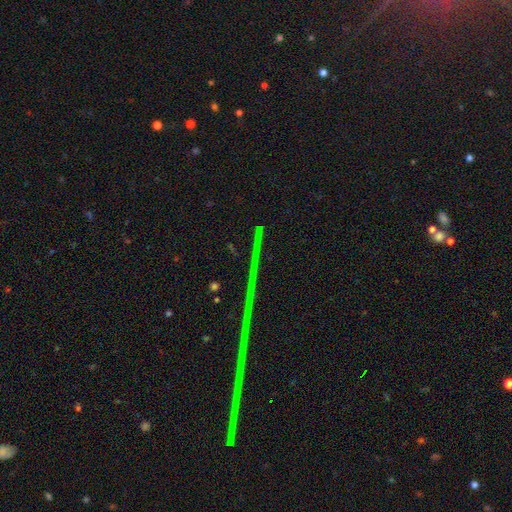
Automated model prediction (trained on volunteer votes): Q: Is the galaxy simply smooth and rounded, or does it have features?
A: star or artifact — 85%.